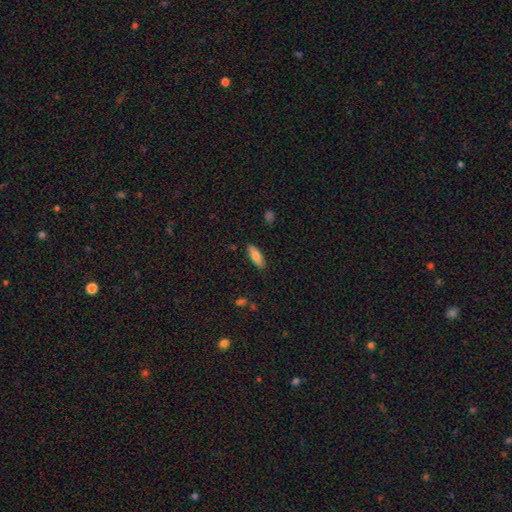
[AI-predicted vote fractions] Q: Smooth or featured?
A: smooth (81%); runner-up: featured or disk (13%)
Q: How rounded?
A: in between (72%); runner-up: cigar-shaped (26%)
Q: Merging?
A: none (87%); runner-up: minor disturbance (10%)